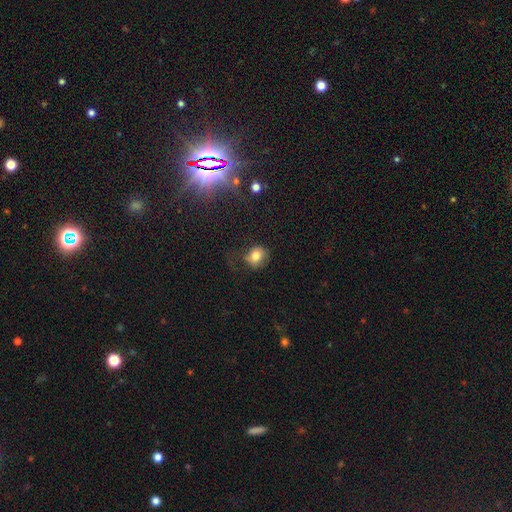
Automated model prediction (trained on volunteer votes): Morphology: type=smooth (77%); roundness=round (65%); merging=none (49%).